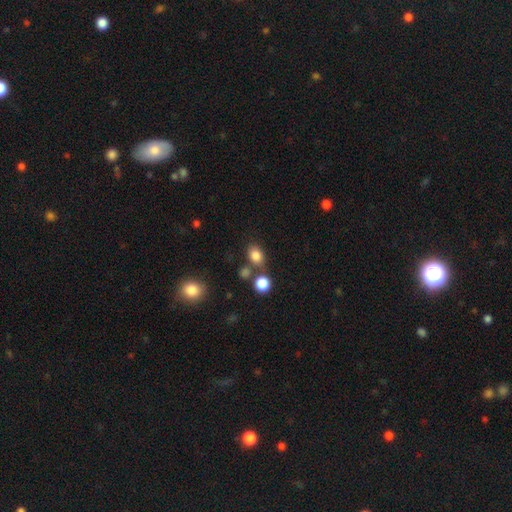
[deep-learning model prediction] This is clearly a smooth galaxy (81%). How rounded: likely in between (64%). Merging: likely none (66%).